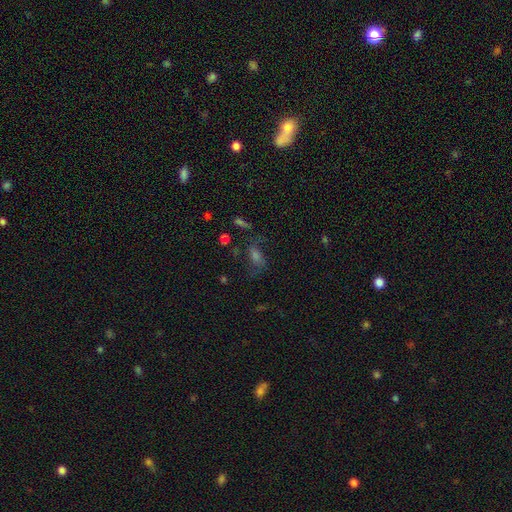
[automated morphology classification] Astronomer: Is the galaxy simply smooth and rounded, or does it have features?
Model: featured or disk — 34% (runner-up: smooth, 33%).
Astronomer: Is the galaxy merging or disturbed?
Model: none — 57%.